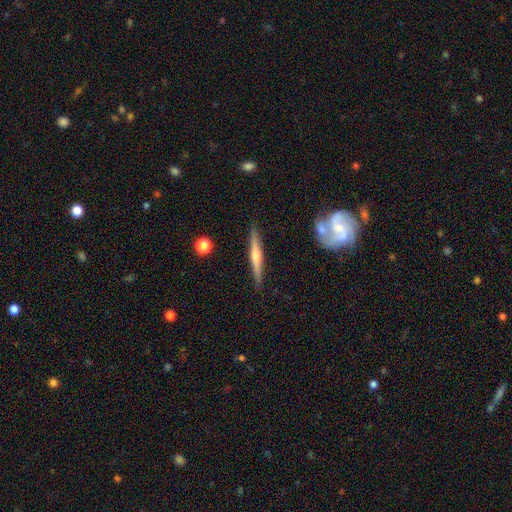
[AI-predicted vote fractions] Smooth or featured? featured or disk (73%)
Edge-on disk? yes (96%)
Edge-on bulge? rounded (81%)
Merging? none (86%)